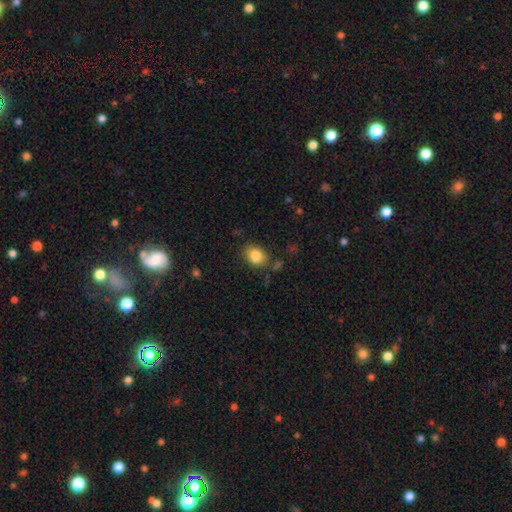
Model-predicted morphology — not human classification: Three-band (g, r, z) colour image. It shows a smooth galaxy with no disk features (85%) that is in between round and cigar-shaped (66%). Merging: none (69%).